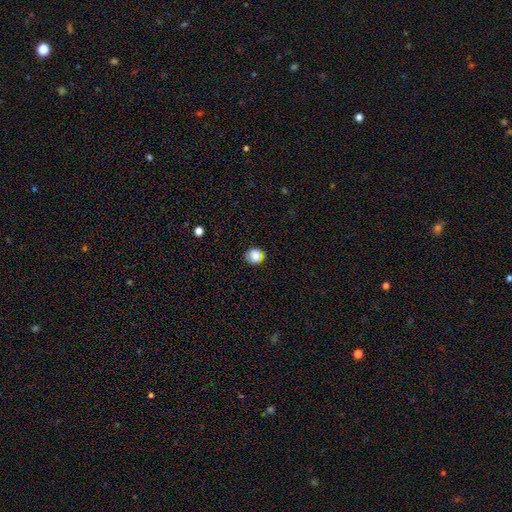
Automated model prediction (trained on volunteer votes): smooth 83%, star or artifact 12%, featured or disk 5%. Down the decision tree: how rounded — round (86%); merging — none (82%).